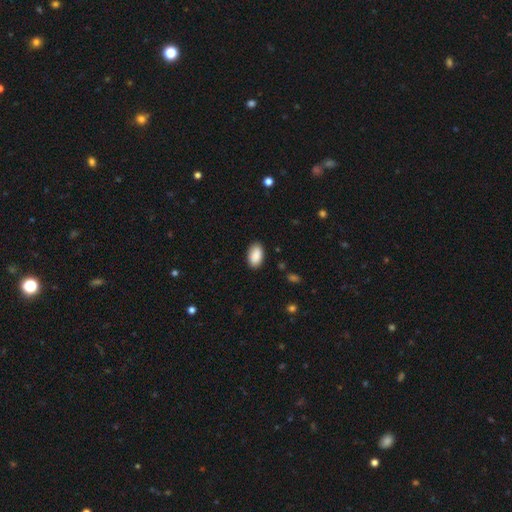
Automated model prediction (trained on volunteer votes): smooth 90%, star or artifact 6%, featured or disk 4%. Down the decision tree: how rounded — in between (94%); merging — none (87%).